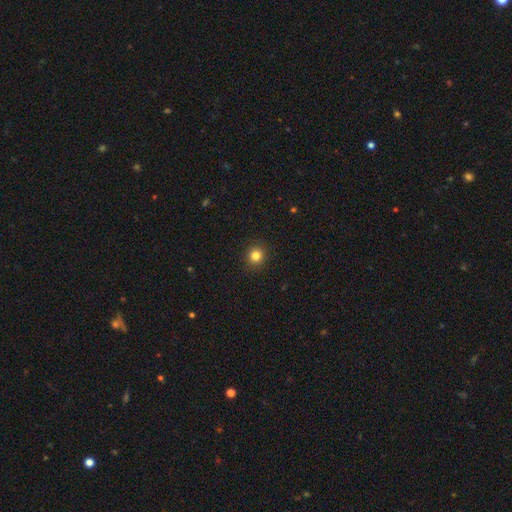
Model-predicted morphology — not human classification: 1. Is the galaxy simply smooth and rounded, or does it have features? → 83% smooth, 12% star or artifact, 5% featured or disk.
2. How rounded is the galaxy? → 92% round, 7% in between, 1% cigar-shaped.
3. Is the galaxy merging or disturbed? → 92% none, 5% minor disturbance, 2% major disturbance, 1% merger.